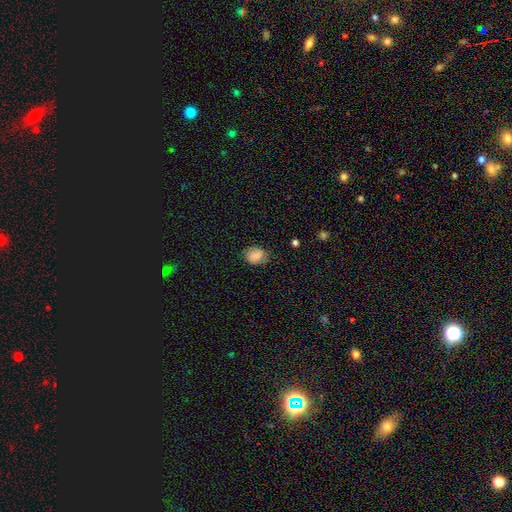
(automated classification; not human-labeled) This is clearly a smooth galaxy (81%). How rounded: possibly round (50%). Merging: likely none (74%).